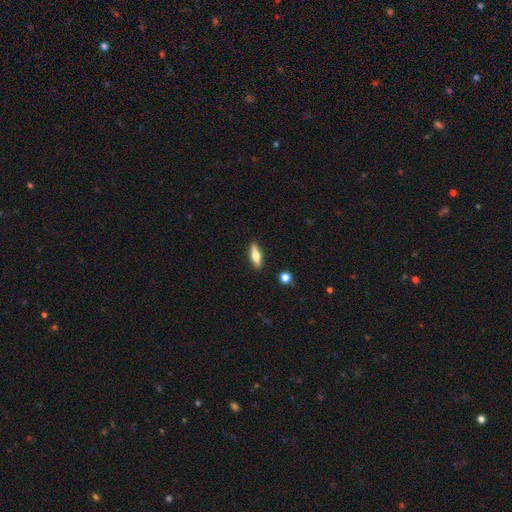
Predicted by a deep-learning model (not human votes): A smooth galaxy with no disk features (55%) that is in between round and cigar-shaped (50%). Merging: none (89%).